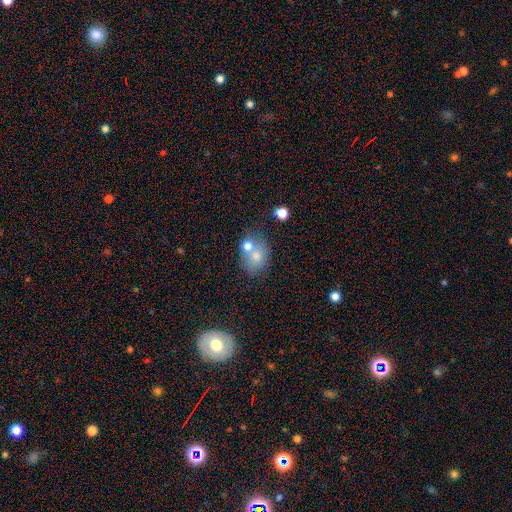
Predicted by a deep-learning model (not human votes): smooth 69%, featured or disk 20%, star or artifact 11%. Down the decision tree: how rounded — in between (55%); merging — none (49%).